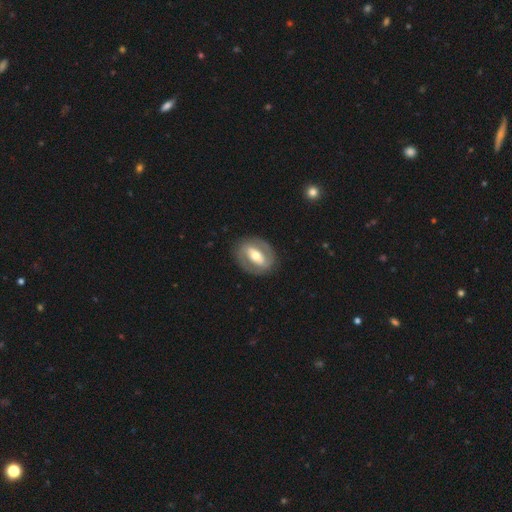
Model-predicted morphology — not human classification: smooth-or-featured: featured or disk: 72% | smooth: 23% | star or artifact: 5%
  disk-edge-on: no: 93% | yes: 7%
    bar: strong: 55% | weak: 26% | no: 18%
    has-spiral-arms: yes: 60% | no: 40%
    bulge-size: moderate: 67% | small: 20% | large: 11% | dominant: 1% | none: 1%
  merging: none: 84% | minor disturbance: 10% | major disturbance: 5% | merger: 1%